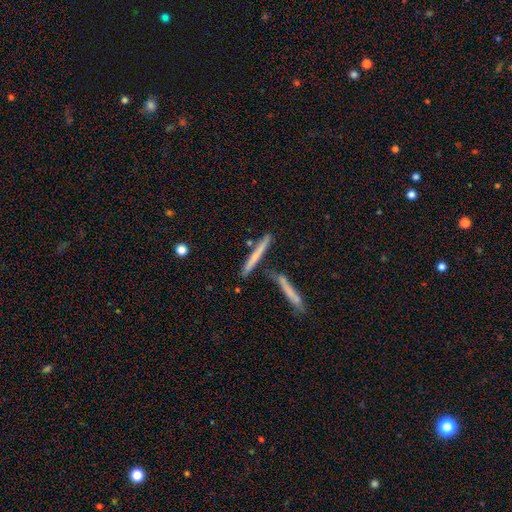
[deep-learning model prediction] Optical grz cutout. It shows a smooth galaxy with no disk features (56%) that is cigar-shaped (94%). Merging: none (72%).